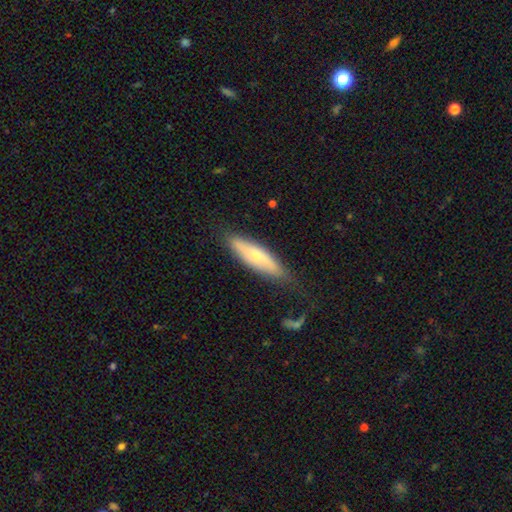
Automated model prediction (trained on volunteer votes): smooth 56%, featured or disk 38%, star or artifact 6%. Down the decision tree: how rounded — cigar-shaped (61%); merging — none (73%).